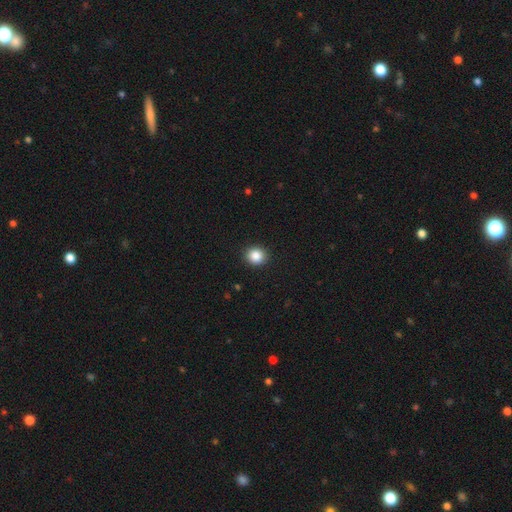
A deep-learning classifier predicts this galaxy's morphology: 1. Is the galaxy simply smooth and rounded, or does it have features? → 86% smooth, 10% star or artifact, 4% featured or disk.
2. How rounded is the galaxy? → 84% round, 15% in between, 1% cigar-shaped.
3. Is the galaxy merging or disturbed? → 92% none, 5% minor disturbance, 2% major disturbance, 1% merger.